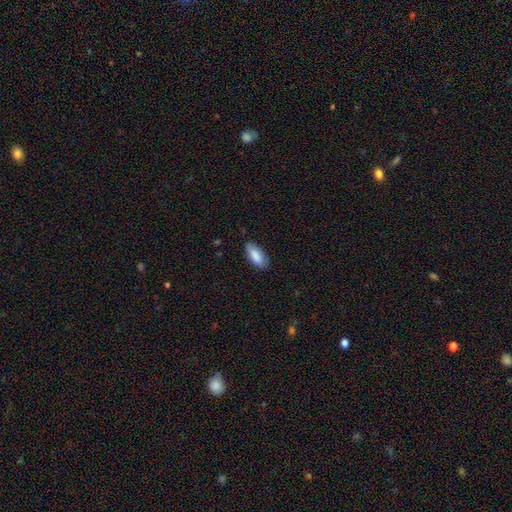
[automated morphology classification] type=smooth (86%); roundness=in between (85%); merging=none (82%).